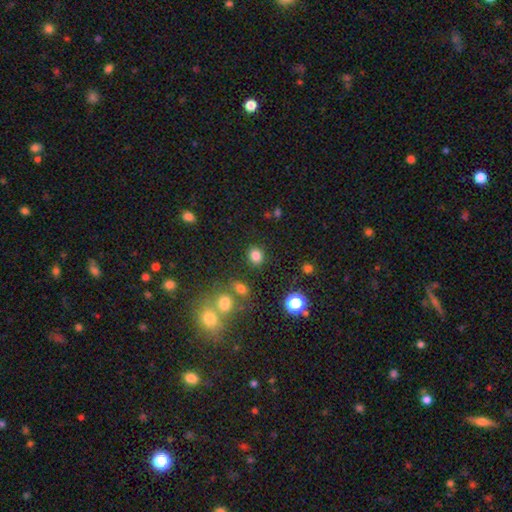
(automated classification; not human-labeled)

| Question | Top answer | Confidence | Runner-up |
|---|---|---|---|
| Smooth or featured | smooth | 81% | star or artifact (14%) |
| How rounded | round | 71% | in between (28%) |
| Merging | none | 85% | minor disturbance (8%) |